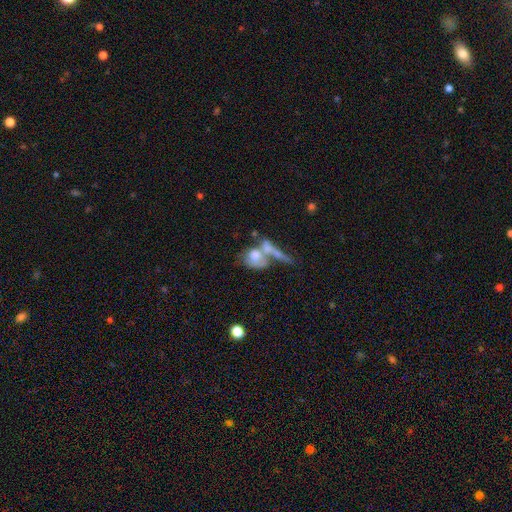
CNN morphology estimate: This appears to be a smooth galaxy with no disk features (56%) that is in between round and cigar-shaped (53%). Merging: merger (52%).